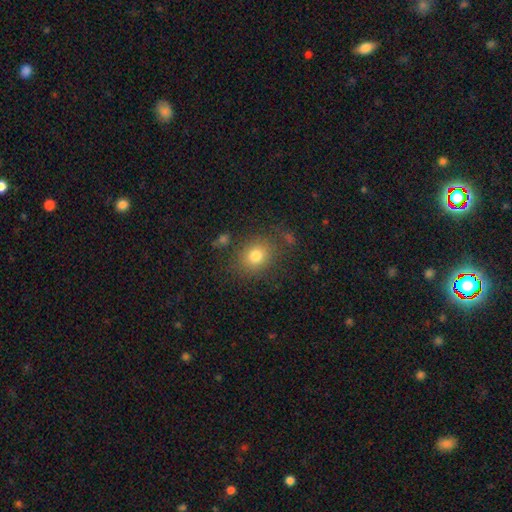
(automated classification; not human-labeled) Smooth or featured? smooth (78%)
How rounded? round (57%)
Merging? none (78%)